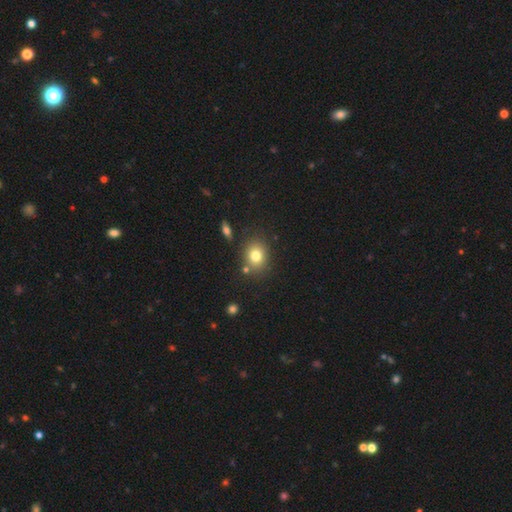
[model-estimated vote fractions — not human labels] A smooth galaxy with no disk features (78%) that is round (59%).

Vote fractions:
- Smooth or featured? smooth: 78% / star or artifact: 12% / featured or disk: 10%
- How rounded? round: 59% / in between: 40% / cigar-shaped: 1%
- Merging? none: 78% / minor disturbance: 11% / merger: 8% / major disturbance: 3%